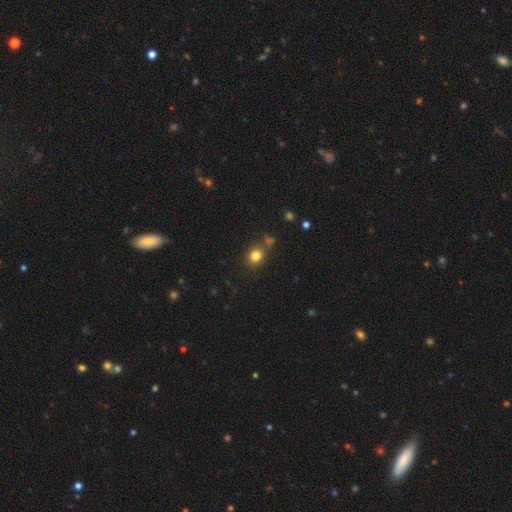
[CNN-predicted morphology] A smooth galaxy with no disk features (80%) that is round (74%).

Vote fractions:
- Smooth or featured? smooth: 80% / star or artifact: 13% / featured or disk: 6%
- How rounded? round: 74% / in between: 25% / cigar-shaped: 1%
- Merging? none: 75% / minor disturbance: 12% / merger: 9% / major disturbance: 4%